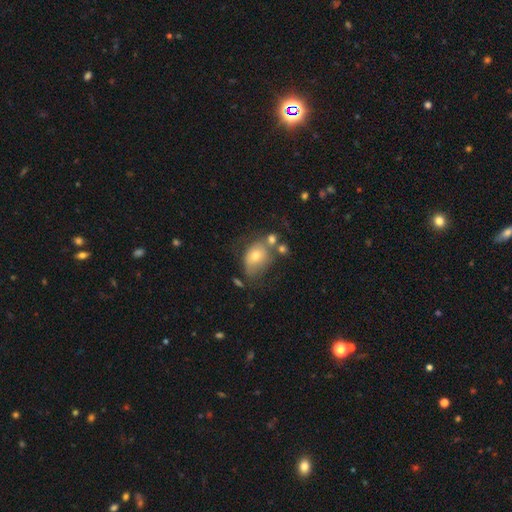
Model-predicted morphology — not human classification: smooth_or_featured: smooth (p=0.57) [alt: featured or disk p=0.32]
how_rounded: in between (p=0.71) [alt: round p=0.28]
merging: none (p=0.40) [alt: minor disturbance p=0.27]